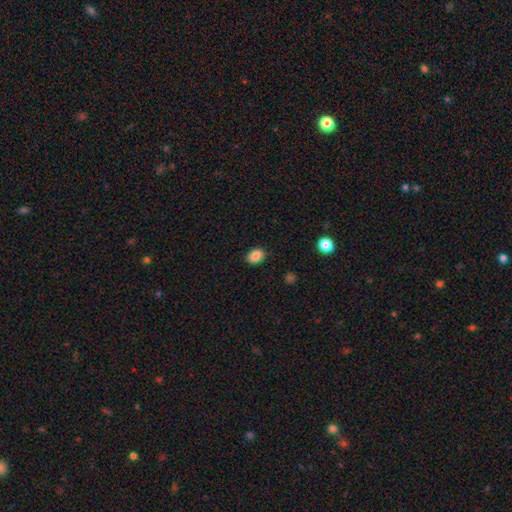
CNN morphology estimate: Overall: smooth (86%). How rounded: in between (68%; round 31%). Merging: none (88%).